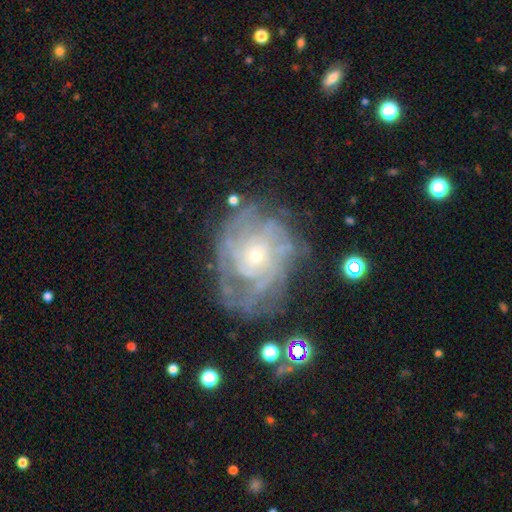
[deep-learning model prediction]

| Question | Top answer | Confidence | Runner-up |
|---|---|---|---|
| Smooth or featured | featured or disk | 82% | smooth (10%) |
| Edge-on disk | no | 97% | yes (3%) |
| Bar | no | 81% | weak (15%) |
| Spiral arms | yes | 85% | no (15%) |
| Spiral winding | tight | 64% | medium (26%) |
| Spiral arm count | can't tell | 49% | 4 (13%) |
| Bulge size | small | 73% | moderate (23%) |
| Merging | none | 60% | minor disturbance (21%) |